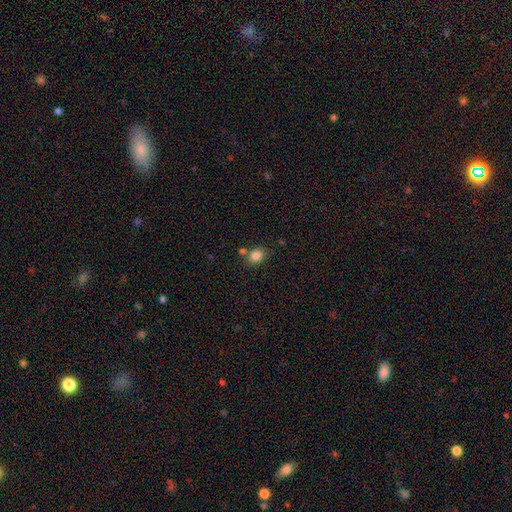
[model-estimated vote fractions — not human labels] smooth-or-featured: smooth: 83% | star or artifact: 10% | featured or disk: 7%
  how-rounded: in between: 52% | round: 47% | cigar-shaped: 1%
  merging: none: 66% | merger: 17% | minor disturbance: 13% | major disturbance: 4%